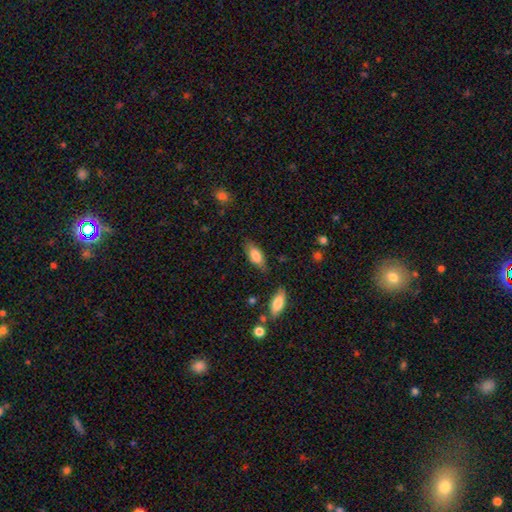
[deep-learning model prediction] Smooth or featured?
  - smooth: 77% *
  - featured or disk: 16%
  - star or artifact: 7%
How rounded?
  - in between: 81% *
  - cigar-shaped: 16%
  - round: 3%
Merging?
  - none: 74% *
  - minor disturbance: 19%
  - major disturbance: 4%
  - merger: 3%